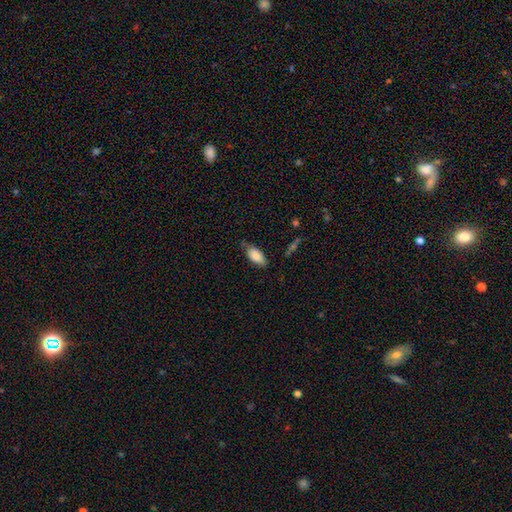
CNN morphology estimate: Overall: smooth (85%). How rounded: in between (88%). Merging: none (70%).